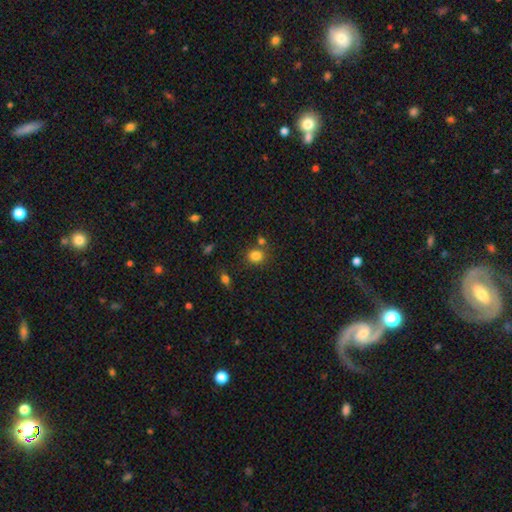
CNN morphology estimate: A smooth galaxy with no disk features (82%) that is round (76%). Merging: none (71%).